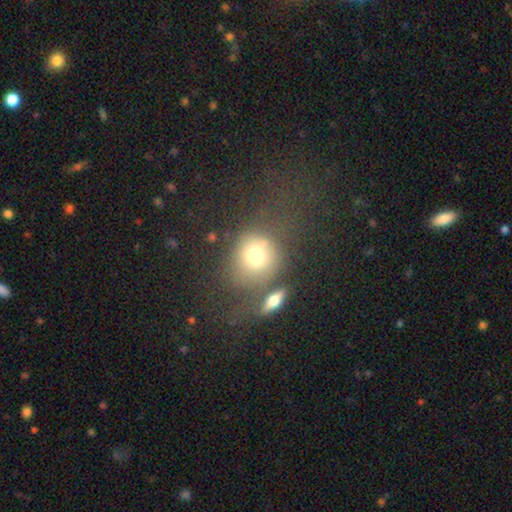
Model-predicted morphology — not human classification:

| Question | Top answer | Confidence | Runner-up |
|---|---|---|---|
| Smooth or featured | smooth | 71% | featured or disk (17%) |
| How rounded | round | 74% | in between (24%) |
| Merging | none | 50% | merger (20%) |